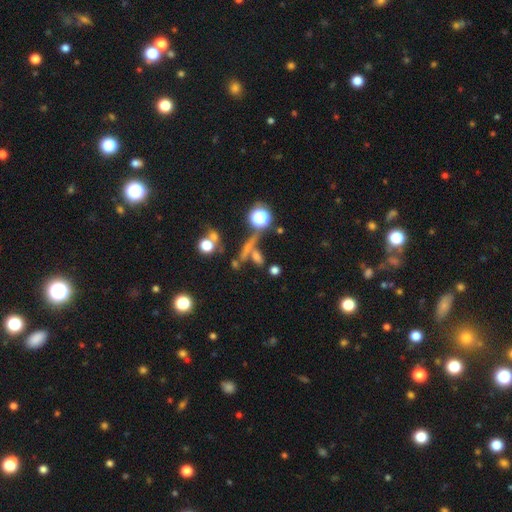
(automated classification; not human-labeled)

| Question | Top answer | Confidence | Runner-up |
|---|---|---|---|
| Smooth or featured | smooth | 38% | featured or disk (32%) |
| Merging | none | 55% | merger (24%) |